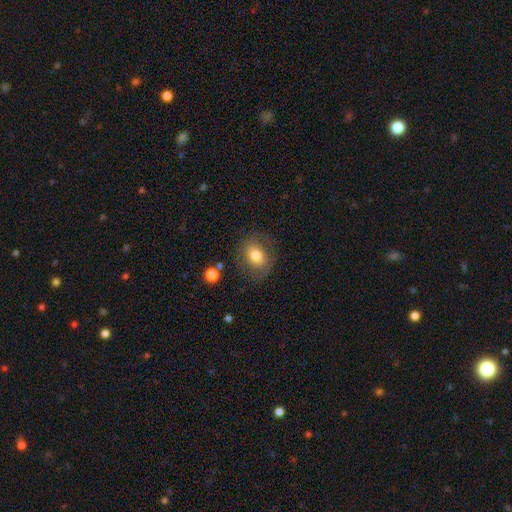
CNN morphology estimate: This appears to be a smooth galaxy with no disk features (68%) that is round (56%). Merging: none (75%).